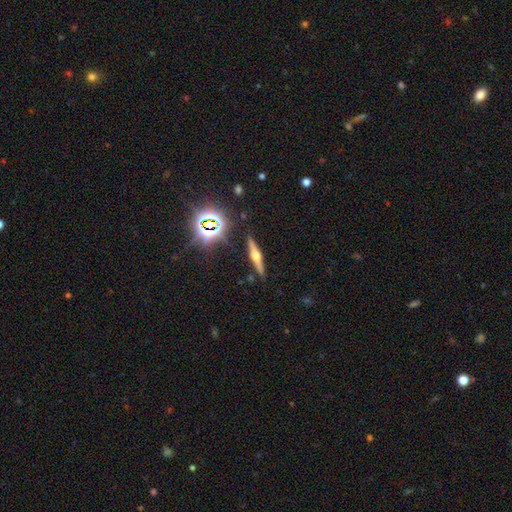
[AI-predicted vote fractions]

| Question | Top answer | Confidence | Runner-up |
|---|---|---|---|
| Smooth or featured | featured or disk | 66% | smooth (20%) |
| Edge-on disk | yes | 97% | no (3%) |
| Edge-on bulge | rounded | 94% | boxy (4%) |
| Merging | none | 89% | minor disturbance (8%) |